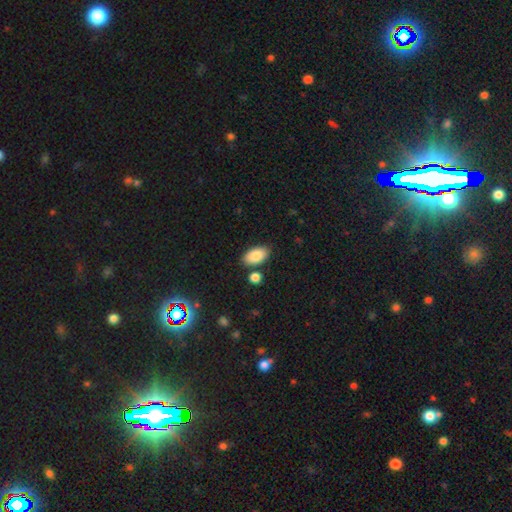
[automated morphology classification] smooth_or_featured: smooth (p=0.85) [alt: featured or disk p=0.08]
how_rounded: in between (p=0.94) [alt: round p=0.04]
merging: none (p=0.79) [alt: minor disturbance p=0.11]